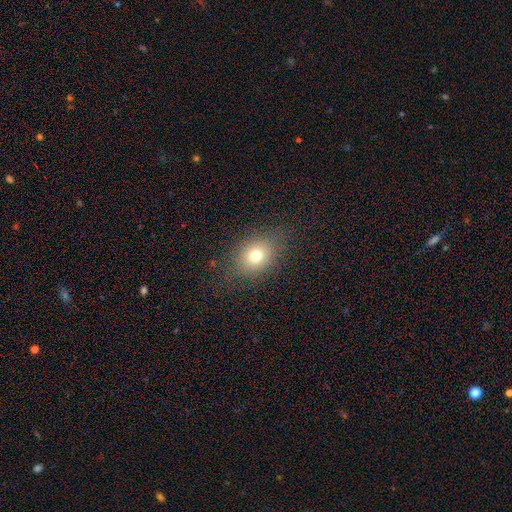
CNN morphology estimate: type=smooth (73%); roundness=in between (51%); merging=none (81%).